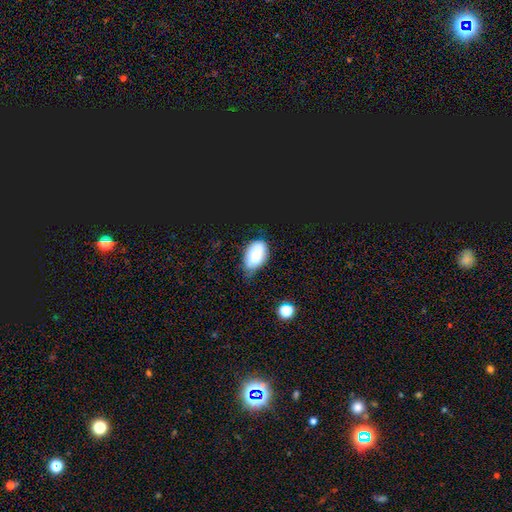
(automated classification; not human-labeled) Morphology: type=smooth (76%); roundness=in between (89%); merging=none (47%).